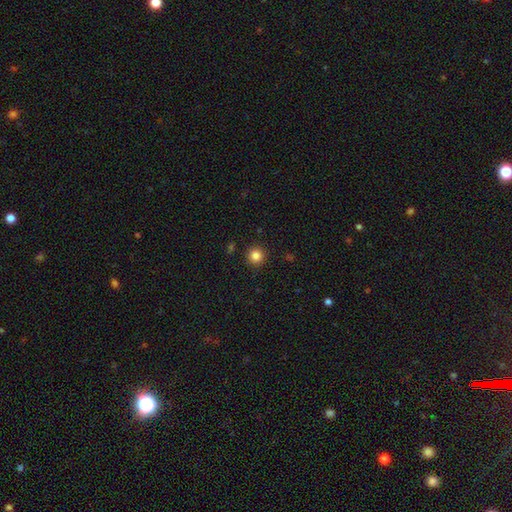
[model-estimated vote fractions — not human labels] The model was most divided on "smooth or featured": smooth: 84%, star or artifact: 12%, featured or disk: 4%. More confident: how rounded — round (95%); merging — none (92%).